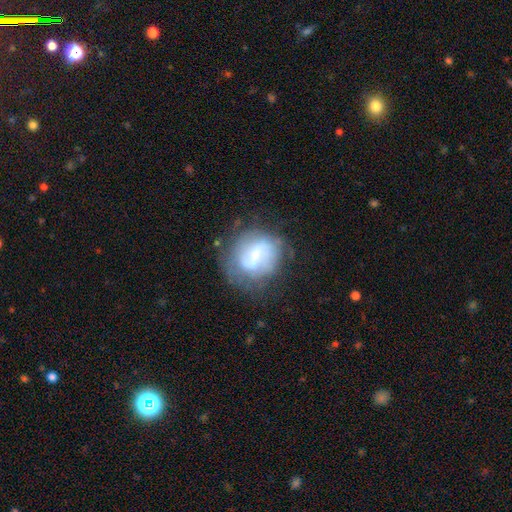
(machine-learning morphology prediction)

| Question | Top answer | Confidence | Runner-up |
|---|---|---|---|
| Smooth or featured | featured or disk | 52% | smooth (39%) |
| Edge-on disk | no | 97% | yes (3%) |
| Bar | weak | 44% | no (34%) |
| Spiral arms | yes | 61% | no (39%) |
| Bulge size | small | 50% | moderate (24%) |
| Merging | none | 56% | minor disturbance (22%) |